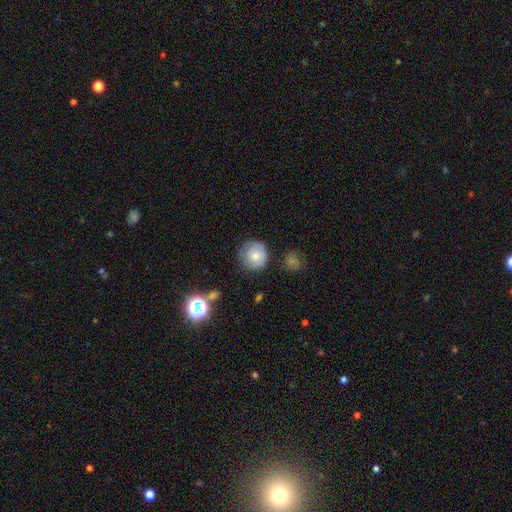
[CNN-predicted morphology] Smooth or featured?
  - smooth: 70% *
  - featured or disk: 21%
  - star or artifact: 9%
How rounded?
  - round: 89% *
  - in between: 10%
  - cigar-shaped: 1%
Merging?
  - none: 68% *
  - minor disturbance: 22%
  - major disturbance: 7%
  - merger: 3%